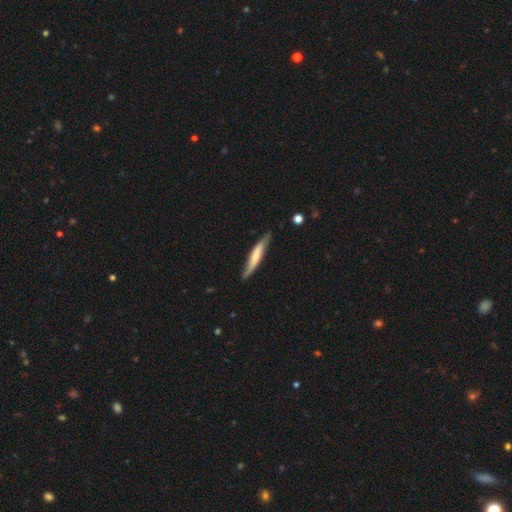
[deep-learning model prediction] Smooth or featured? Predicted: smooth (p=0.48). Merging? Predicted: none (p=0.79).